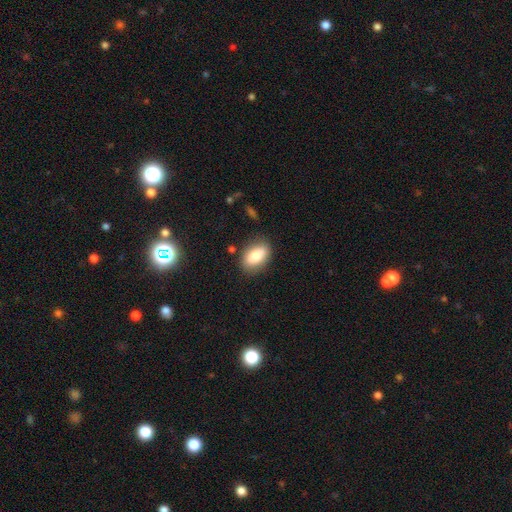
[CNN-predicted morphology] smooth-or-featured: smooth: 78% | featured or disk: 14% | star or artifact: 8%
  how-rounded: in between: 88% | round: 11% | cigar-shaped: 2%
  merging: none: 81% | minor disturbance: 13% | major disturbance: 4% | merger: 3%